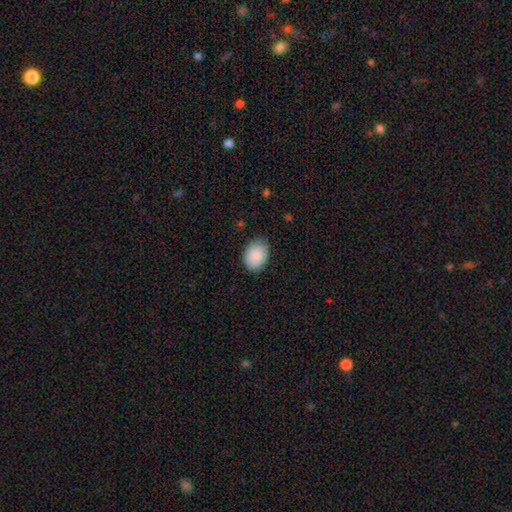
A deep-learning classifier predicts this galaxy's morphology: Smooth or featured? Predicted: smooth (p=0.89). How rounded? Predicted: in between (p=0.72). Merging? Predicted: none (p=0.81).